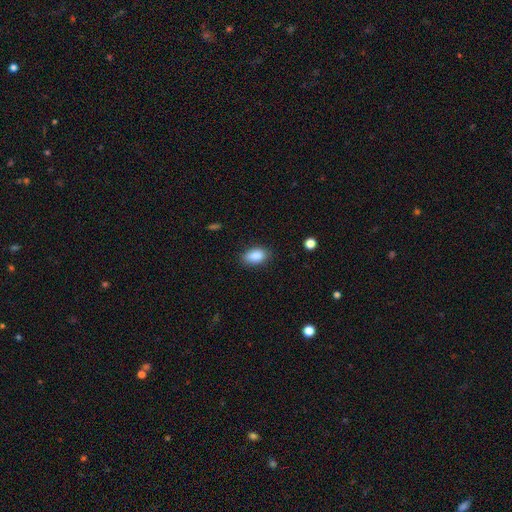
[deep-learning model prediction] A smooth galaxy with no disk features (88%) that is in between round and cigar-shaped (90%).

Vote fractions:
- Smooth or featured? smooth: 88% / star or artifact: 8% / featured or disk: 4%
- How rounded? in between: 90% / round: 8% / cigar-shaped: 2%
- Merging? none: 83% / minor disturbance: 13% / major disturbance: 3% / merger: 1%